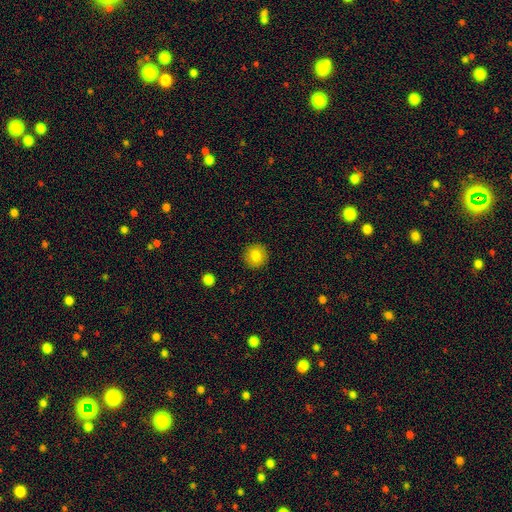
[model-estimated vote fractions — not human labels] Smooth or featured? Predicted: smooth (p=0.83). How rounded? Predicted: round (p=0.93). Merging? Predicted: none (p=0.92).